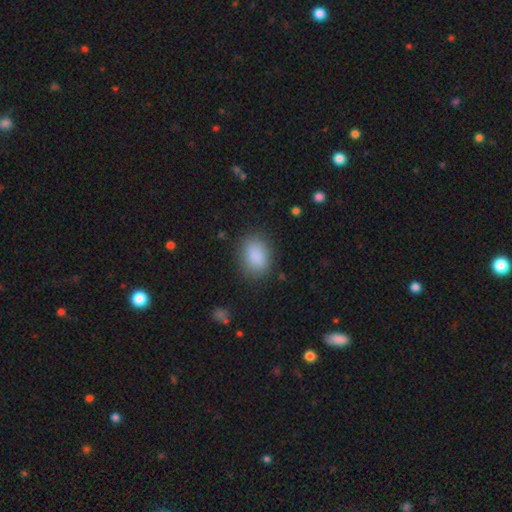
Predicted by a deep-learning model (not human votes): A smooth galaxy with no disk features (87%) that is in between round and cigar-shaped (71%).

Vote fractions:
- Smooth or featured? smooth: 87% / star or artifact: 8% / featured or disk: 5%
- How rounded? in between: 71% / round: 28% / cigar-shaped: 1%
- Merging? none: 81% / minor disturbance: 13% / major disturbance: 4% / merger: 1%